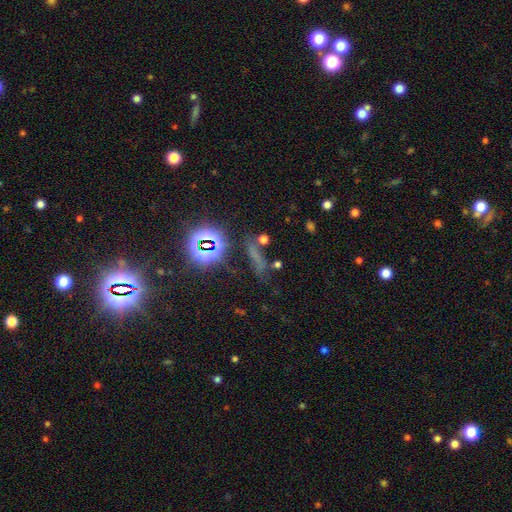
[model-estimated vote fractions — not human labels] Smooth or featured?
  - star or artifact: 52% *
  - smooth: 33%
  - featured or disk: 15%